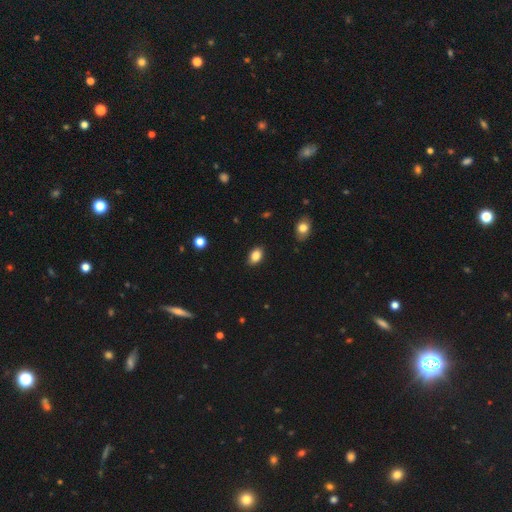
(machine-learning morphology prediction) type=smooth (86%); roundness=in between (87%); merging=none (86%).